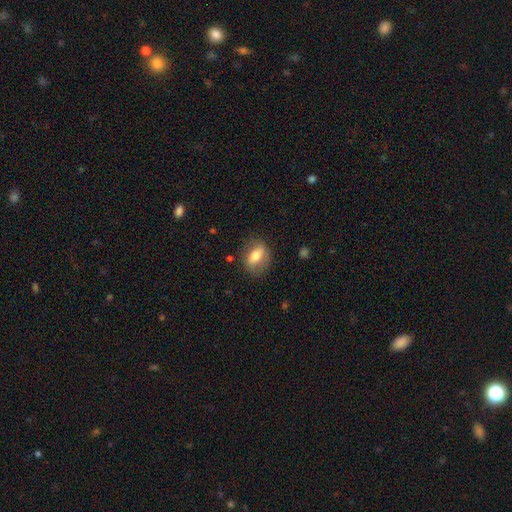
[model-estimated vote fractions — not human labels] smooth 61%, featured or disk 32%, star or artifact 7%. Down the decision tree: how rounded — in between (73%); merging — none (76%).